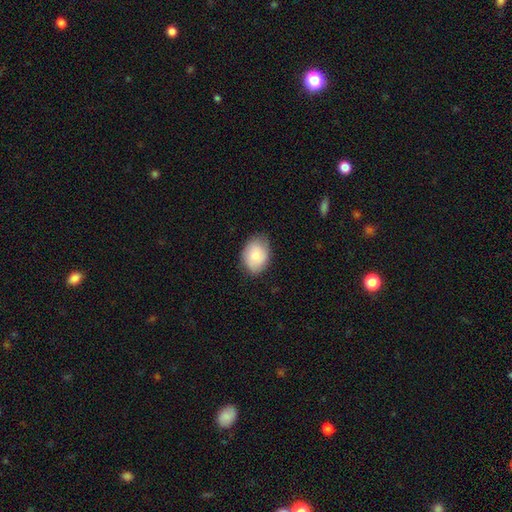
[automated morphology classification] Q: Smooth or featured?
A: smooth (81%); runner-up: featured or disk (13%)
Q: How rounded?
A: in between (74%); runner-up: round (25%)
Q: Merging?
A: none (76%); runner-up: minor disturbance (20%)